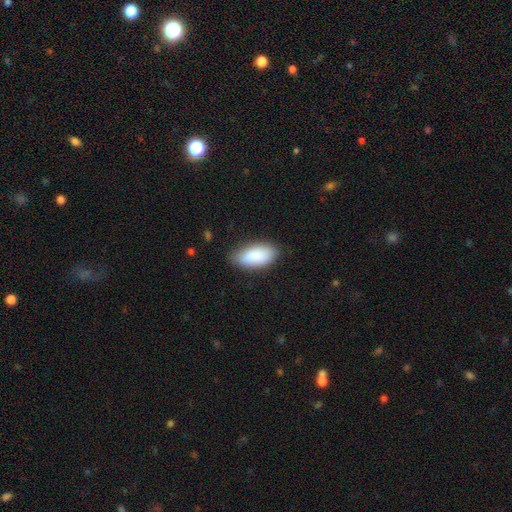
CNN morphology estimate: Smooth or featured? Predicted: smooth (p=0.89). How rounded? Predicted: in between (p=0.92). Merging? Predicted: none (p=0.80).